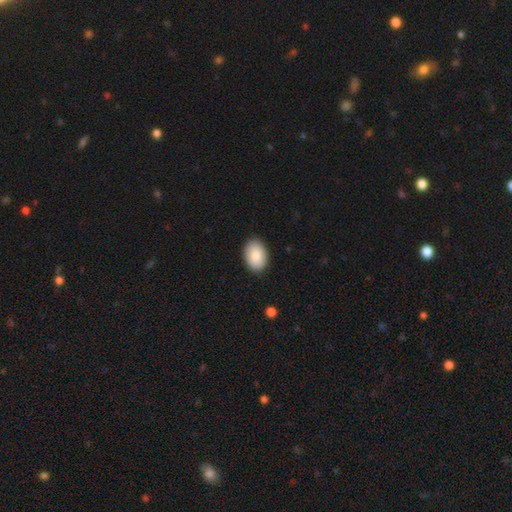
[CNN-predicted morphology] Smooth or featured? smooth (88%)
How rounded? in between (87%)
Merging? none (89%)